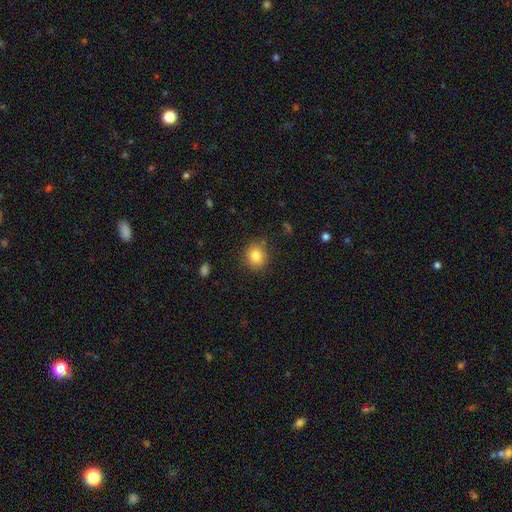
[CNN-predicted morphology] Smooth or featured: smooth — 83% (star or artifact — 10%)
How rounded: round — 80% (in between — 20%)
Merging: none — 87% (minor disturbance — 9%)